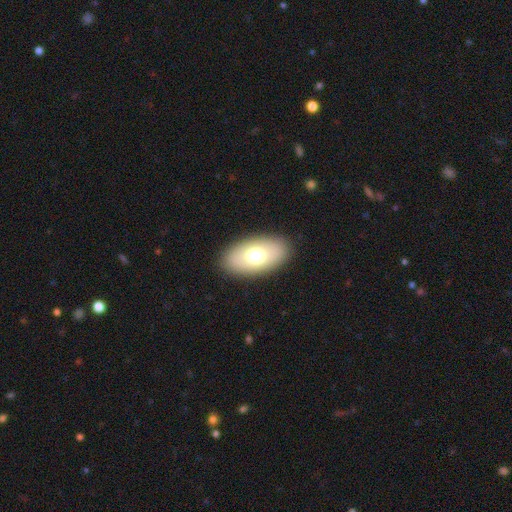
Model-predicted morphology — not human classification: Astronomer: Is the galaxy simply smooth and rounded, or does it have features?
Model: smooth — 68%.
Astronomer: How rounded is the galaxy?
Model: in between — 91%.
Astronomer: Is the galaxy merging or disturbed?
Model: none — 89%.